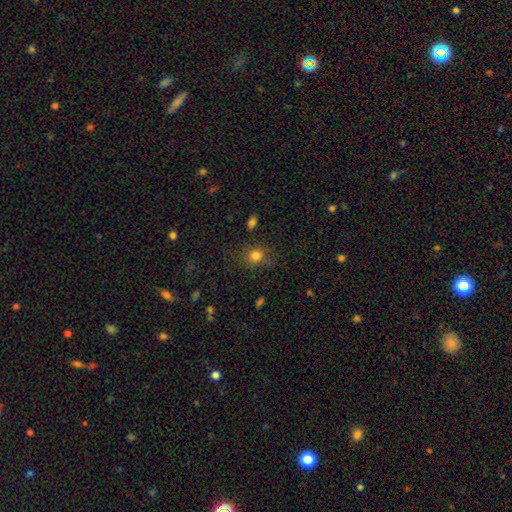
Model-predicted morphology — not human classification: Smooth or featured?
  - smooth: 80% *
  - star or artifact: 13%
  - featured or disk: 7%
How rounded?
  - round: 73% *
  - in between: 26%
  - cigar-shaped: 1%
Merging?
  - none: 76% *
  - minor disturbance: 16%
  - major disturbance: 6%
  - merger: 2%